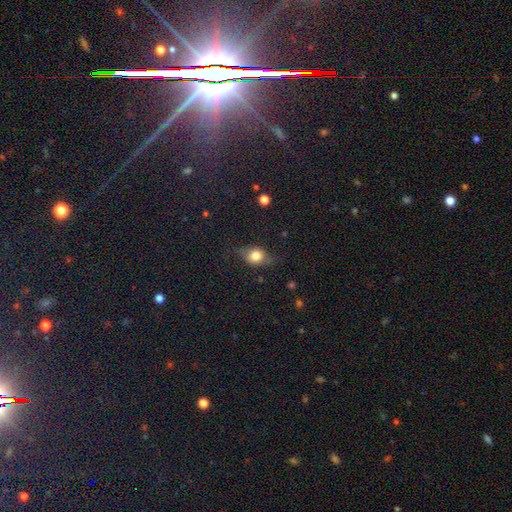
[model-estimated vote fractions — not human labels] smooth-or-featured: smooth: 66% | featured or disk: 23% | star or artifact: 11%
  how-rounded: round: 52% | in between: 45% | cigar-shaped: 3%
  merging: none: 66% | minor disturbance: 23% | major disturbance: 9% | merger: 1%